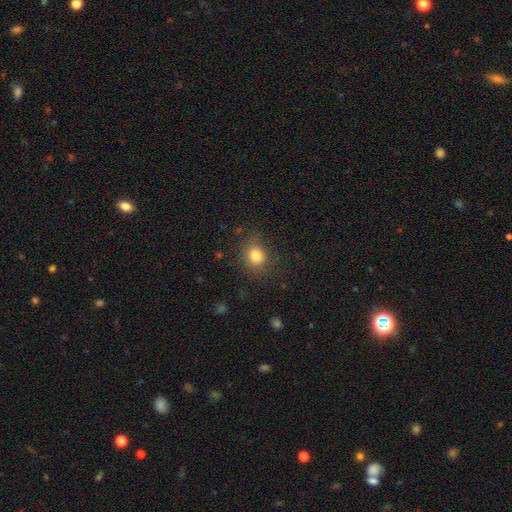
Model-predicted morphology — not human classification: smooth-or-featured: smooth: 81% | star or artifact: 12% | featured or disk: 7%
  how-rounded: round: 65% | in between: 34% | cigar-shaped: 1%
  merging: none: 76% | minor disturbance: 16% | major disturbance: 6% | merger: 1%